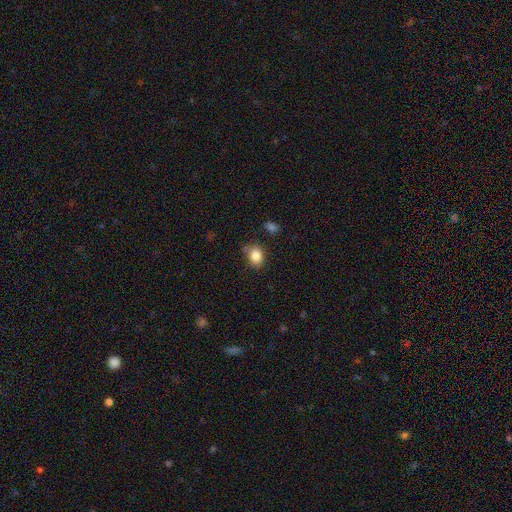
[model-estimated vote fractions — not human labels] Overall: smooth (85%). How rounded: in between (52%; round 47%). Merging: none (68%).